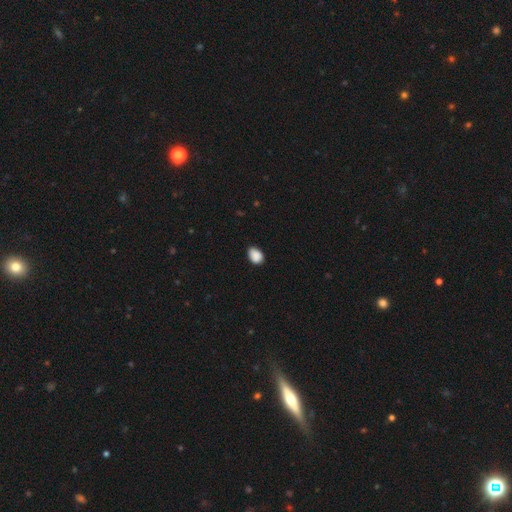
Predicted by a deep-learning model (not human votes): Morphology: type=smooth (89%); roundness=in between (79%); merging=none (77%).